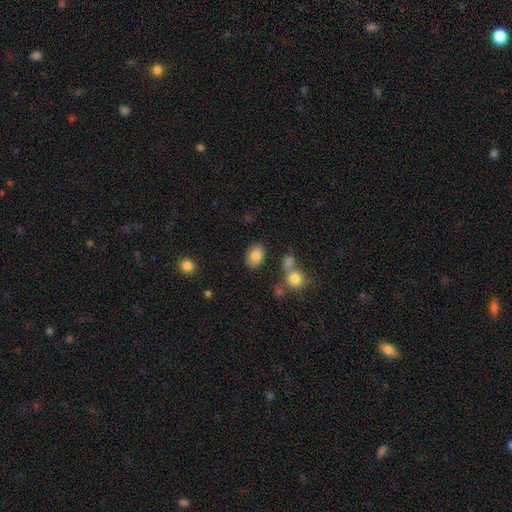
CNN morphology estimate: smooth-or-featured: smooth: 84% | star or artifact: 8% | featured or disk: 8%
  how-rounded: in between: 82% | round: 17% | cigar-shaped: 1%
  merging: none: 80% | minor disturbance: 11% | merger: 5% | major disturbance: 3%